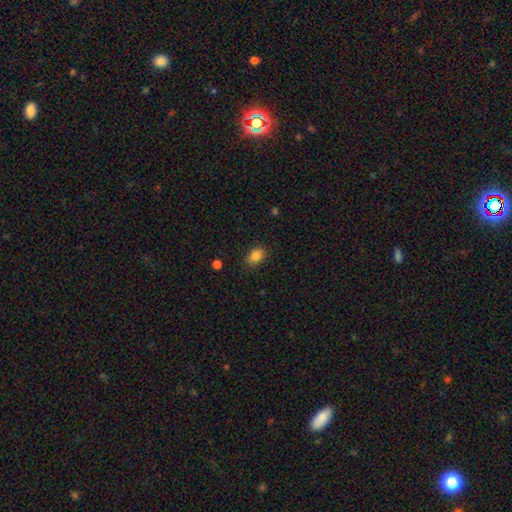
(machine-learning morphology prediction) smooth_or_featured: smooth (p=0.85) [alt: star or artifact p=0.10]
how_rounded: in between (p=0.79) [alt: round p=0.20]
merging: none (p=0.85) [alt: minor disturbance p=0.11]